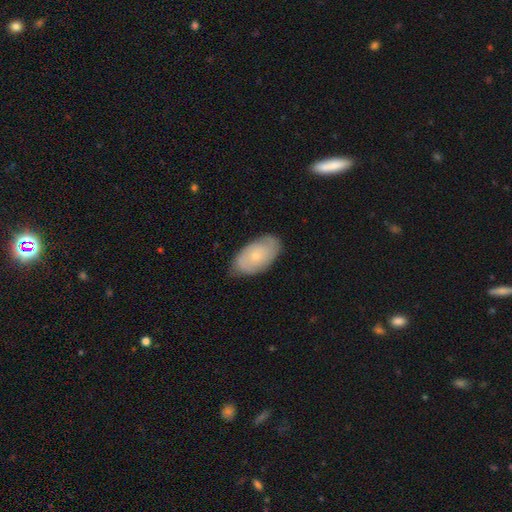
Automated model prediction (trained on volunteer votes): This is possibly a smooth galaxy (55%). How rounded: clearly in between (93%). Merging: likely none (77%).